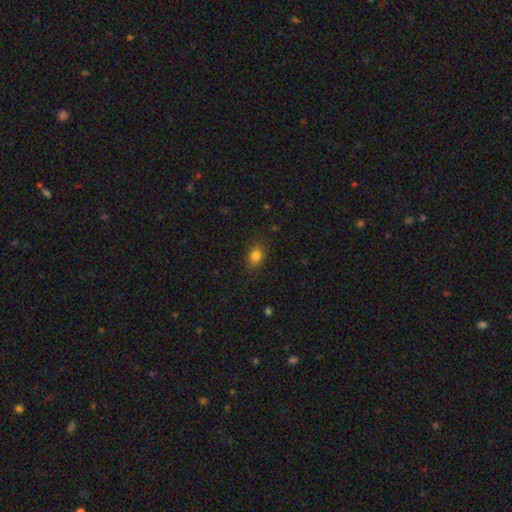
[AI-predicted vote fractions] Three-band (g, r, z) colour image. It shows a smooth galaxy with no disk features (81%) that is in between round and cigar-shaped (65%). Merging: none (85%).